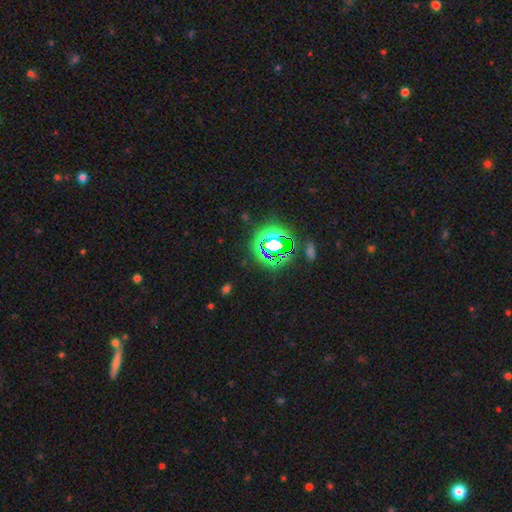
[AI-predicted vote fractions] The model was most divided on "smooth or featured": star or artifact: 80%, smooth: 14%, featured or disk: 6%.